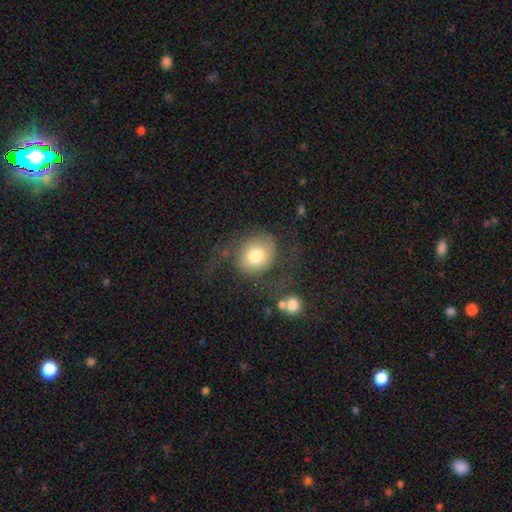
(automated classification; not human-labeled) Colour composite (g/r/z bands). It shows a smooth galaxy with no disk features (70%) that is round (68%). Merging: none (50%).